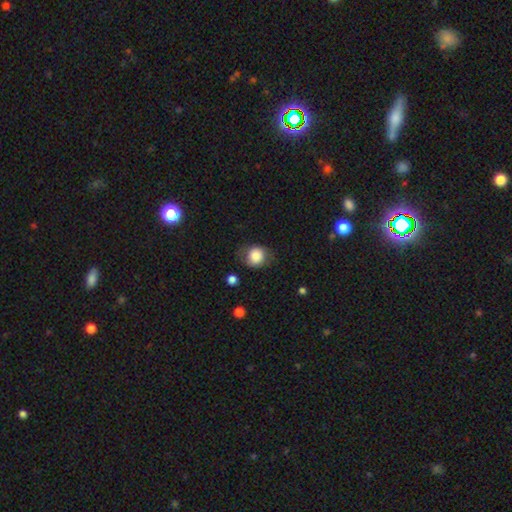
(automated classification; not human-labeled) Smooth or featured: smooth — 79% (featured or disk — 13%)
How rounded: round — 73% (in between — 26%)
Merging: none — 67% (minor disturbance — 23%)